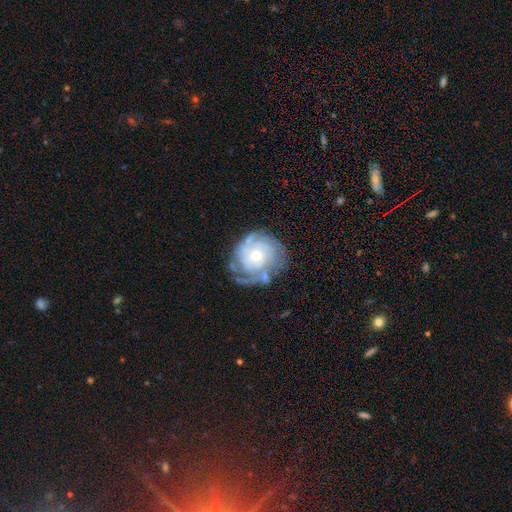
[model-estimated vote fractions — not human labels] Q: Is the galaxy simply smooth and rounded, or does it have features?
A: featured or disk — 78%.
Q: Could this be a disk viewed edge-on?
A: no — 97%.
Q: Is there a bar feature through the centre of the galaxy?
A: no — 77%.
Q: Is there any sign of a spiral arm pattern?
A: yes — 88%.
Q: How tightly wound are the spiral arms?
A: tight — 69%.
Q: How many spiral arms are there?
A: can't tell — 47%.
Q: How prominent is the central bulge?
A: small — 49%.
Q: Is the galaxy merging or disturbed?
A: none — 61%.